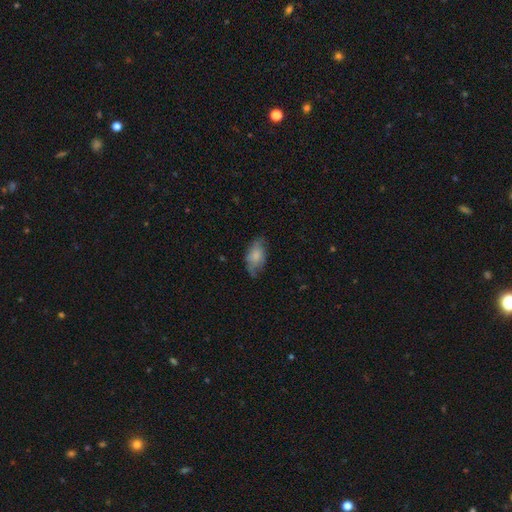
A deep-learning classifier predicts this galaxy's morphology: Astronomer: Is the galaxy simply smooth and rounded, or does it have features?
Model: smooth — 73%.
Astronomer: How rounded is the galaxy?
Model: in between — 92%.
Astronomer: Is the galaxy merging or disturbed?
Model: none — 57%.